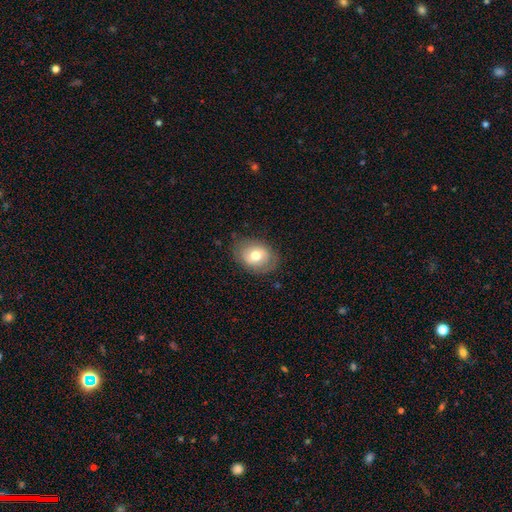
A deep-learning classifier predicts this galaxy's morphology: smooth 67%, featured or disk 25%, star or artifact 8%. Down the decision tree: how rounded — in between (68%); merging — none (77%).